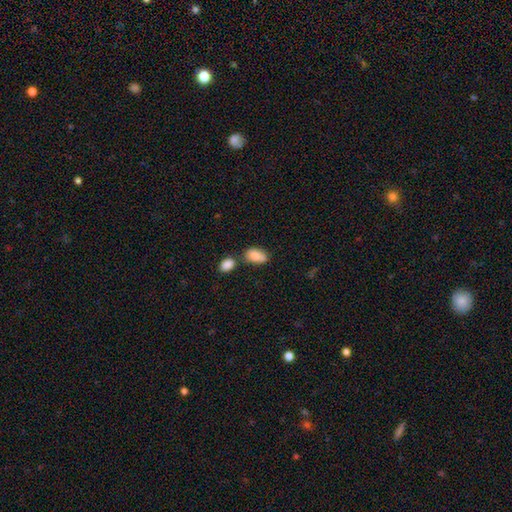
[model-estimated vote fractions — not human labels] Q: Smooth or featured?
A: smooth (86%); runner-up: star or artifact (7%)
Q: How rounded?
A: in between (91%); runner-up: round (7%)
Q: Merging?
A: none (49%); runner-up: merger (28%)